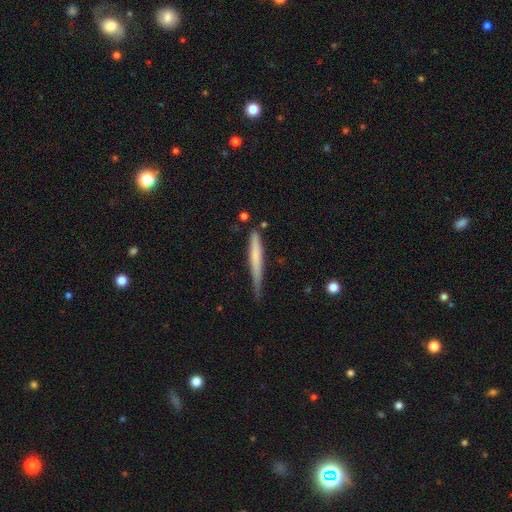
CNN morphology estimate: smooth 62%, featured or disk 33%, star or artifact 6%. Down the decision tree: how rounded — cigar-shaped (96%); merging — none (60%).